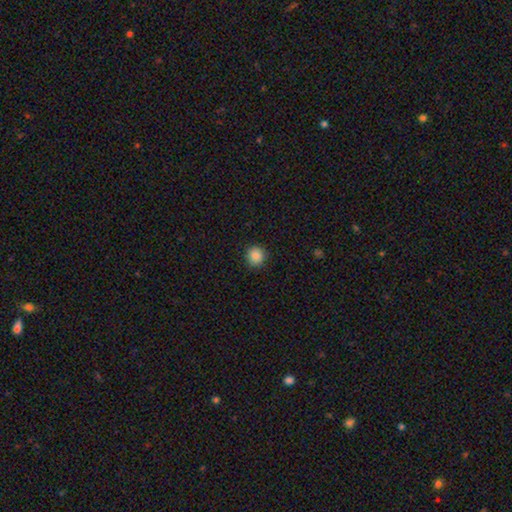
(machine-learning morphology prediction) This appears to be a smooth galaxy with no disk features (87%) that is round (93%). Merging: none (91%).